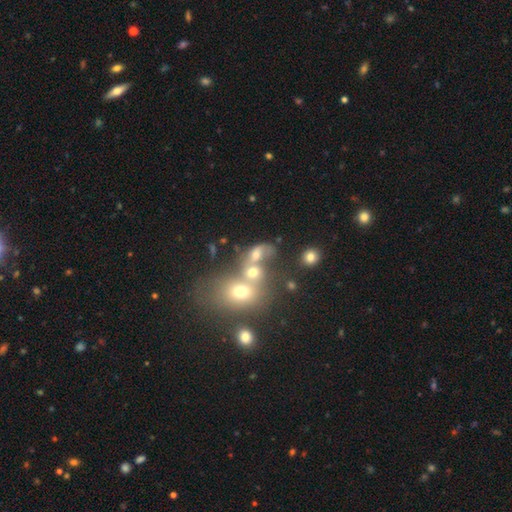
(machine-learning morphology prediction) Q: Smooth or featured?
A: smooth (50%); runner-up: featured or disk (29%)
Q: How rounded?
A: in between (49%); tied with: round (49%)
Q: Merging?
A: merger (58%); runner-up: none (23%)